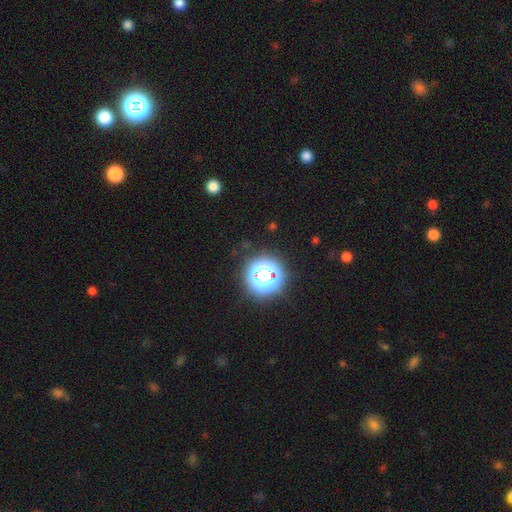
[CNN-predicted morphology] Smooth or featured: star or artifact — 77% (smooth — 17%)